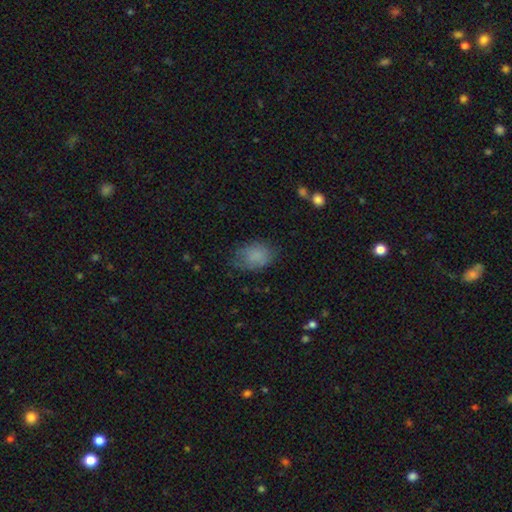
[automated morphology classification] type=smooth (81%); roundness=in between (76%); merging=none (64%).